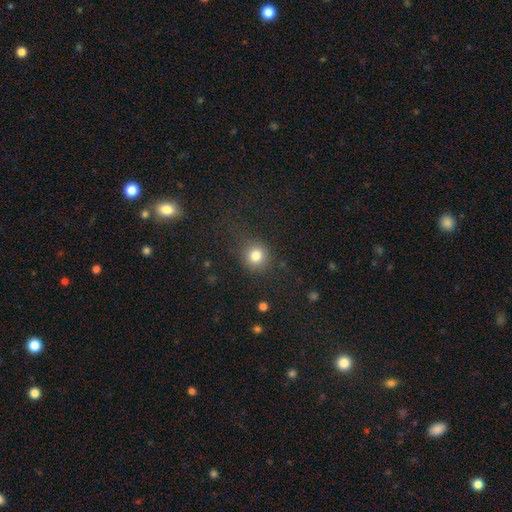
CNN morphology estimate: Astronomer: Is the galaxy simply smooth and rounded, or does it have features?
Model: smooth — 81%.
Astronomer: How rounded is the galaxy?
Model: round — 87%.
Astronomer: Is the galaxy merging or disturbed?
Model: none — 79%.